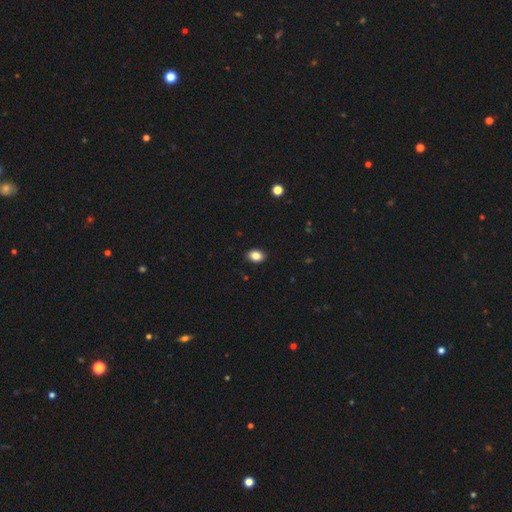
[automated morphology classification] This is clearly a smooth galaxy (87%). How rounded: likely in between (75%). Merging: clearly none (90%).